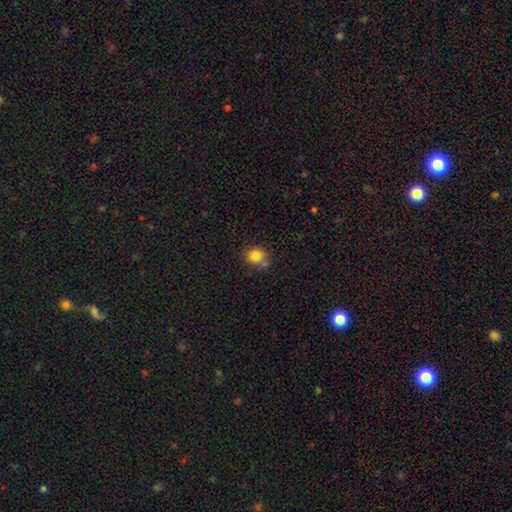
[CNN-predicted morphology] This is clearly a smooth galaxy (82%). How rounded: likely round (69%). Merging: likely none (62%).